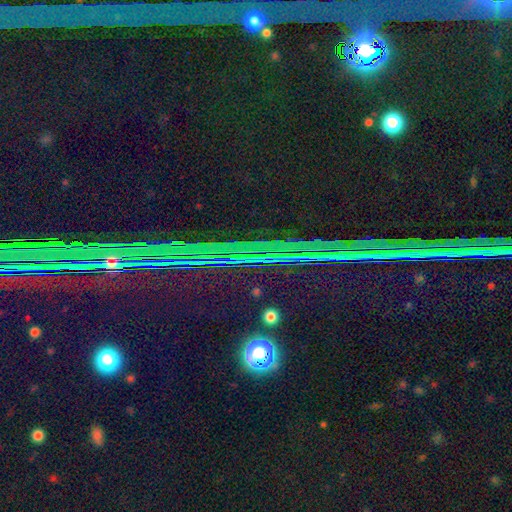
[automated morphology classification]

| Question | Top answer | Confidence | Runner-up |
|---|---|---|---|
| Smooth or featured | star or artifact | 85% | smooth (8%) |